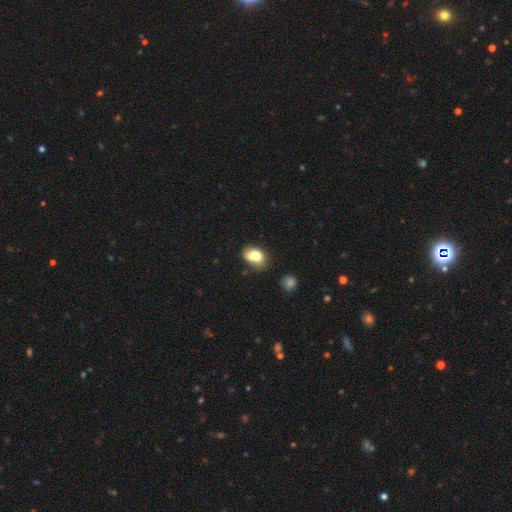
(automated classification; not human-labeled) smooth 76%, featured or disk 15%, star or artifact 9%. Down the decision tree: how rounded — in between (73%); merging — none (50%).